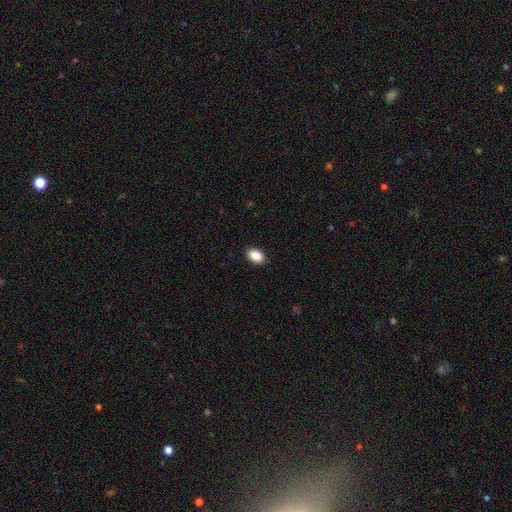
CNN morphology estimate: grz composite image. It shows a smooth galaxy with no disk features (90%) that is in between round and cigar-shaped (88%). Merging: none (90%).